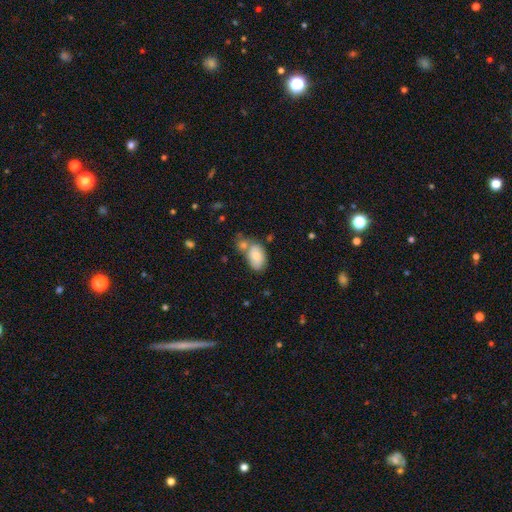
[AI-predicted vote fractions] Q: Smooth or featured?
A: smooth (81%); runner-up: featured or disk (13%)
Q: How rounded?
A: in between (92%); runner-up: round (6%)
Q: Merging?
A: none (44%); runner-up: merger (32%)